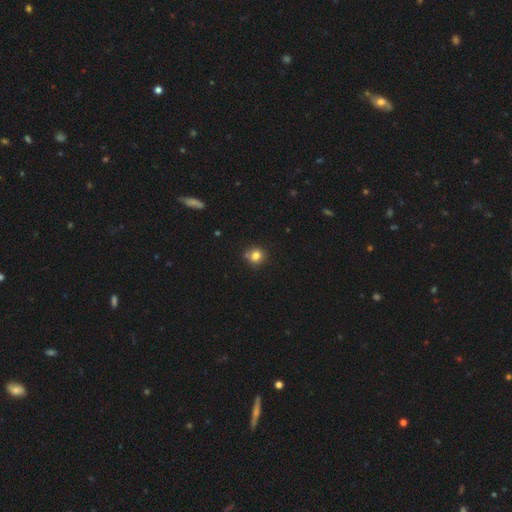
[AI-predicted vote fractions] Overall: smooth (80%). How rounded: round (88%). Merging: none (73%).